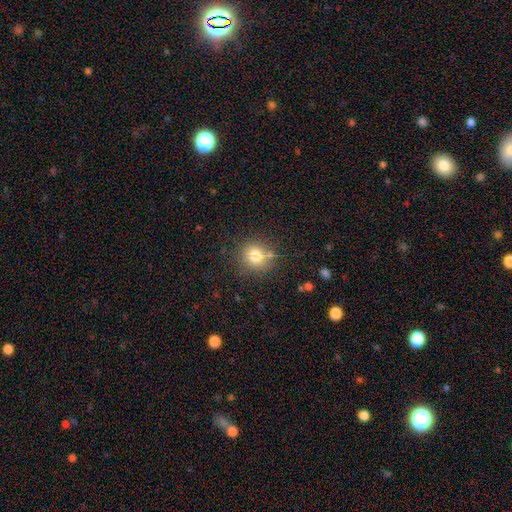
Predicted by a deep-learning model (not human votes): The model was most divided on "merging": none: 76%, minor disturbance: 12%, merger: 8%, major disturbance: 4%. More confident: how rounded — round (87%); smooth or featured — smooth (79%).